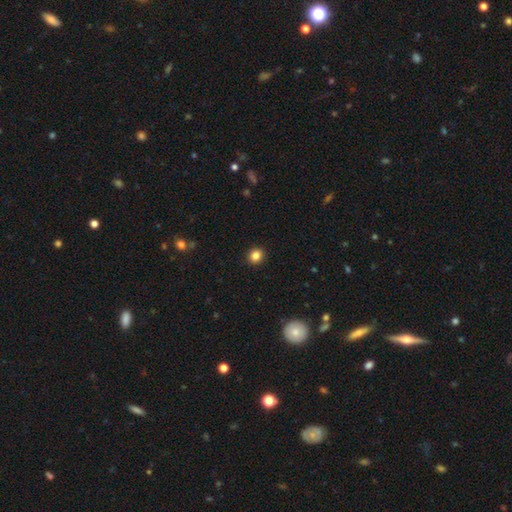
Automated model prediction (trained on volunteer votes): The model was most divided on "smooth or featured": smooth: 84%, star or artifact: 11%, featured or disk: 4%. More confident: merging — none (93%); how rounded — round (87%).